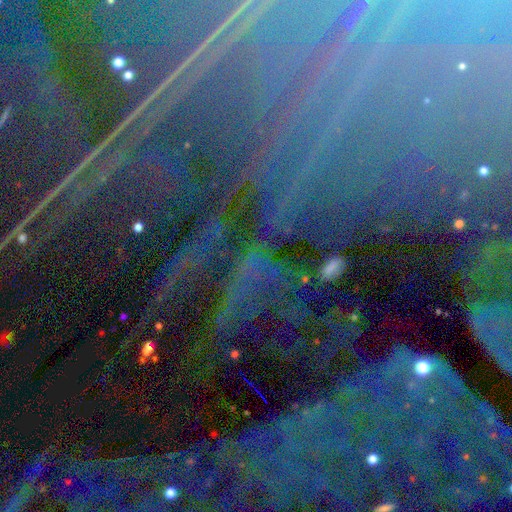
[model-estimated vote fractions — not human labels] This appears to be a star or artifact, not a galaxy (85%).